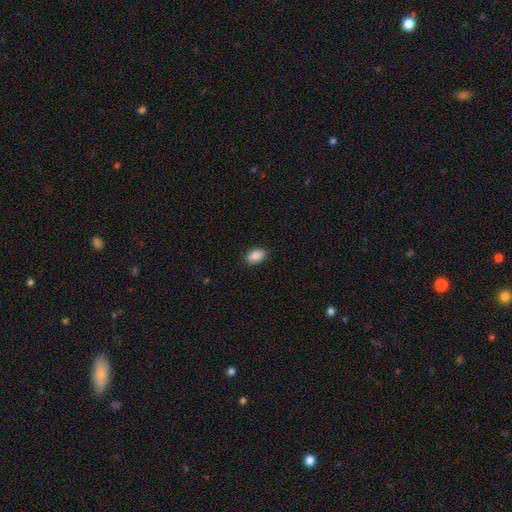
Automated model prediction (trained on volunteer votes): smooth_or_featured: smooth (p=0.90) [alt: star or artifact p=0.07]
how_rounded: in between (p=0.90) [alt: round p=0.08]
merging: none (p=0.89) [alt: minor disturbance p=0.08]